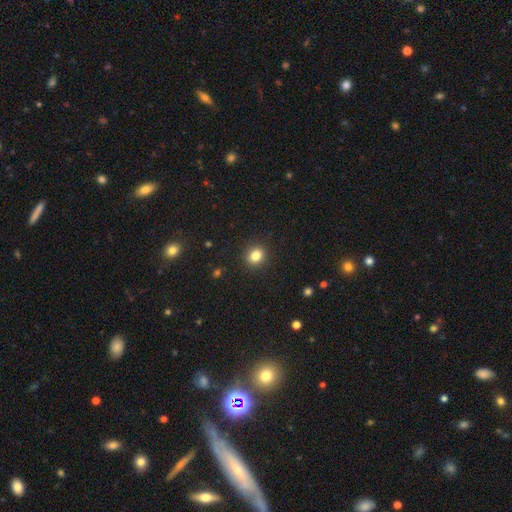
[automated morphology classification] smooth 83%, star or artifact 12%, featured or disk 6%. Down the decision tree: how rounded — round (74%); merging — none (90%).